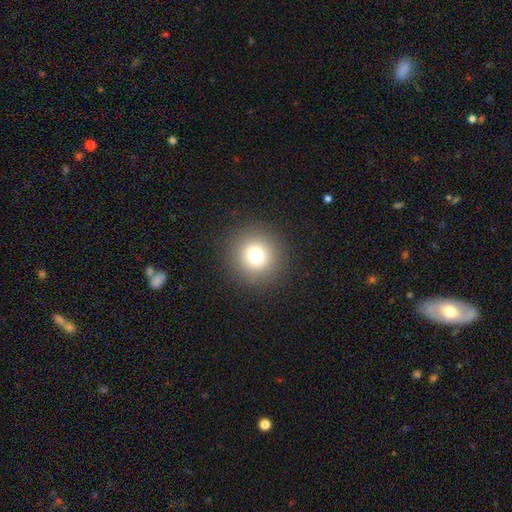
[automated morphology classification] Overall: smooth (74%). How rounded: round (95%). Merging: none (91%).